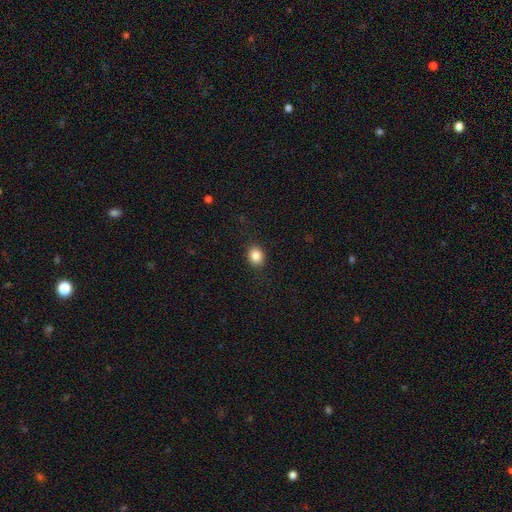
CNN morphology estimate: This is clearly a smooth galaxy (86%). How rounded: likely round (64%). Merging: clearly none (89%).